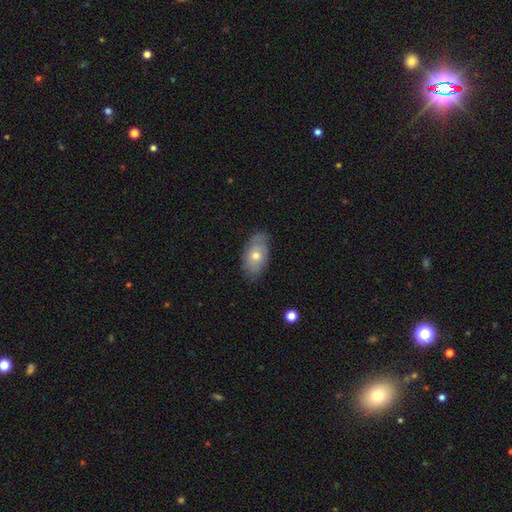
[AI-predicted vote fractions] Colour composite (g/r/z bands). It shows a smooth galaxy with no disk features (57%) that is in between round and cigar-shaped (90%). Merging: none (76%).